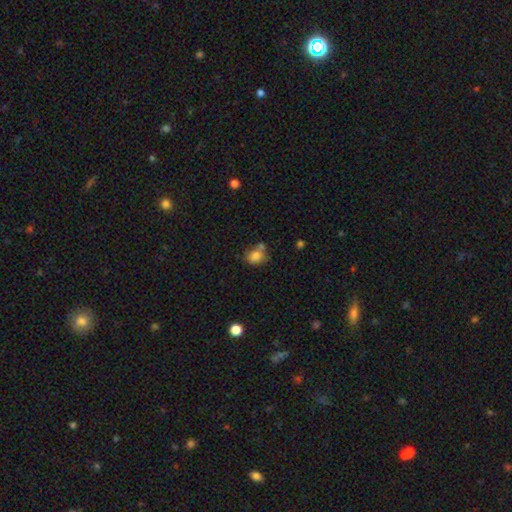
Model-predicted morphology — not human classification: Overall: smooth (82%). How rounded: in between (51%; round 48%). Merging: none (54%; merger 24%).